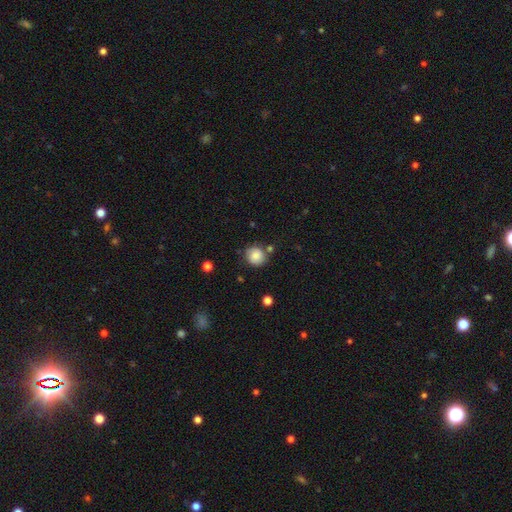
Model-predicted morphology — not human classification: A smooth galaxy with no disk features (83%) that is round (89%). Merging: none (78%).